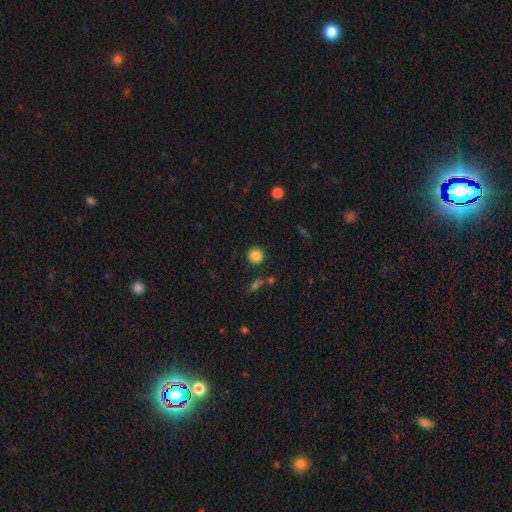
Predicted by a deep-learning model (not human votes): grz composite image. It shows a smooth galaxy with no disk features (84%) that is round (93%). Merging: none (88%).